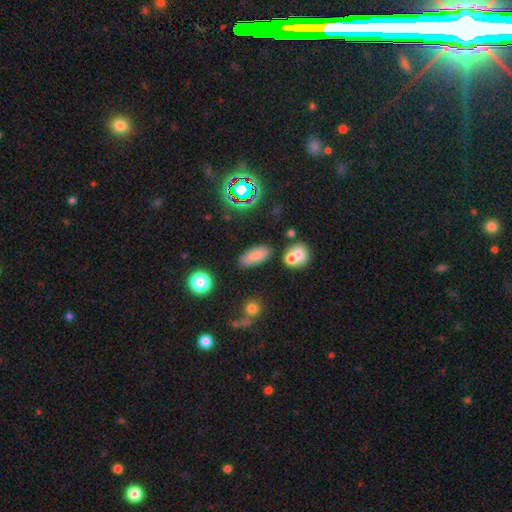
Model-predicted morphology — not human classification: Q: Smooth or featured?
A: smooth (75%); runner-up: star or artifact (14%)
Q: How rounded?
A: in between (80%); runner-up: cigar-shaped (16%)
Q: Merging?
A: none (78%); runner-up: minor disturbance (12%)